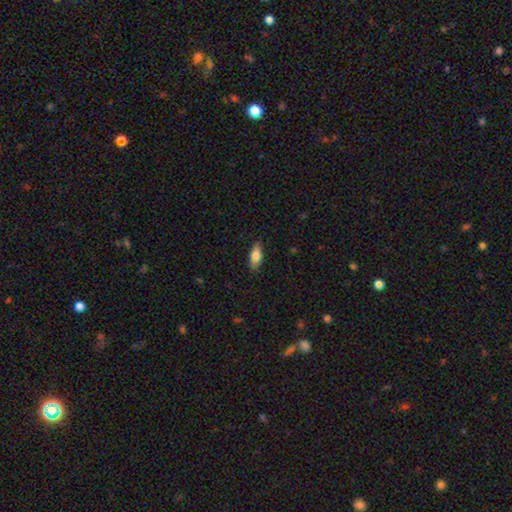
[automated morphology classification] Smooth or featured? Predicted: smooth (p=0.71). How rounded? Predicted: in between (p=0.75). Merging? Predicted: none (p=0.86).